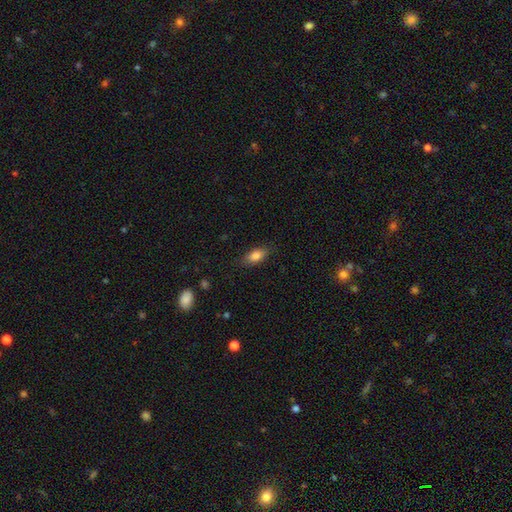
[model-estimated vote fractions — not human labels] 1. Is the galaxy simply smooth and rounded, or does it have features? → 83% smooth, 10% featured or disk, 8% star or artifact.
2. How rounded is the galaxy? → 85% in between, 10% cigar-shaped, 4% round.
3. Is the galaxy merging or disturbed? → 83% none, 13% minor disturbance, 3% major disturbance, 1% merger.